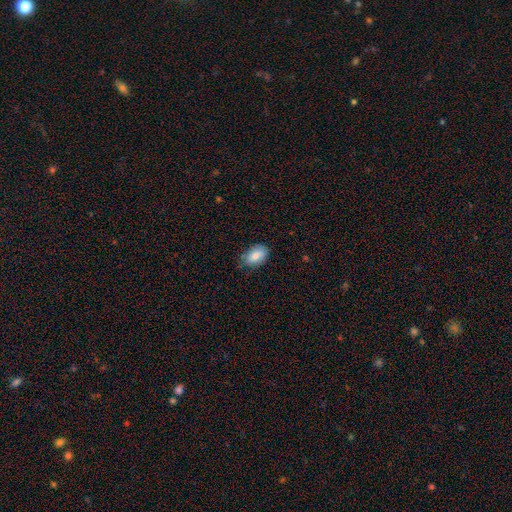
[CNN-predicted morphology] smooth_or_featured: smooth (p=0.81) [alt: featured or disk p=0.12]
how_rounded: in between (p=0.91) [alt: round p=0.08]
merging: none (p=0.72) [alt: minor disturbance p=0.23]